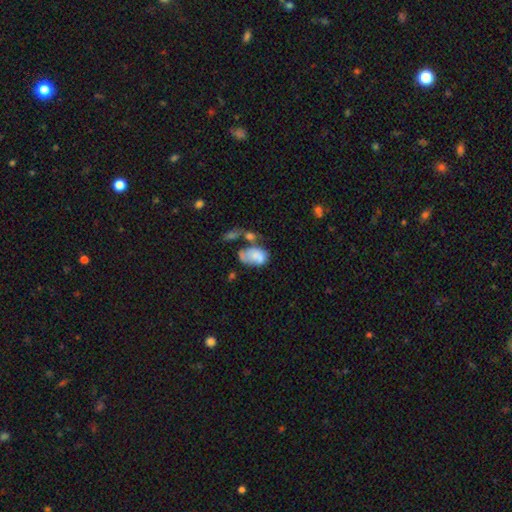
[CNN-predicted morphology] smooth 56%, featured or disk 35%, star or artifact 9%. Down the decision tree: how rounded — in between (86%); merging — merger (36%).